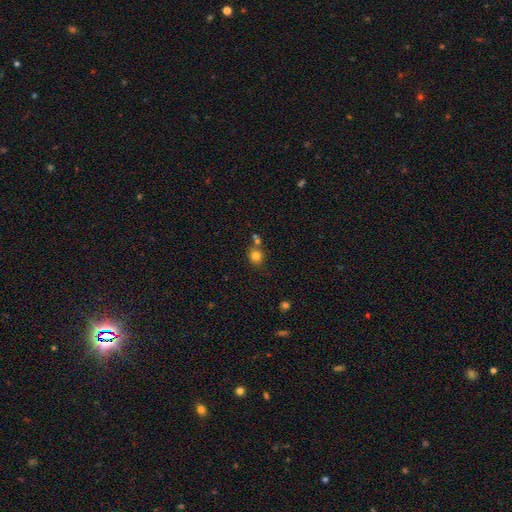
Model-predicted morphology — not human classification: Q: Smooth or featured?
A: smooth (81%); runner-up: star or artifact (12%)
Q: How rounded?
A: round (84%); runner-up: in between (15%)
Q: Merging?
A: none (62%); runner-up: merger (22%)